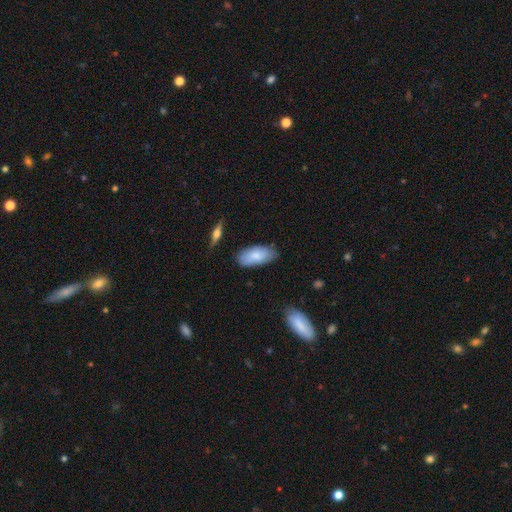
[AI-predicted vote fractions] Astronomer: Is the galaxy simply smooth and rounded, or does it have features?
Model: smooth — 81%.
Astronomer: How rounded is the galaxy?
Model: in between — 91%.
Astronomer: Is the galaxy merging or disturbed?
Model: none — 76%.